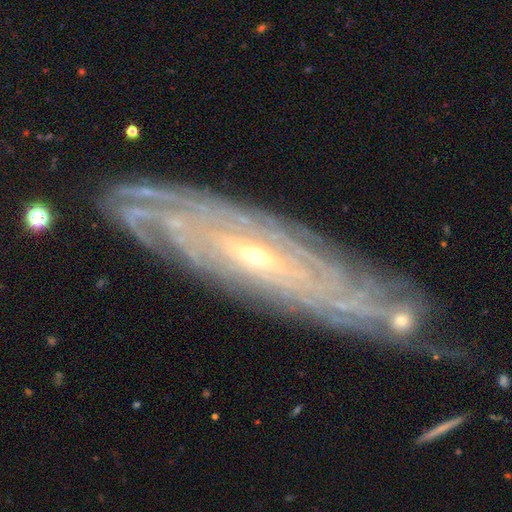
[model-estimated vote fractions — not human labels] Smooth or featured? Predicted: featured or disk (p=0.85). Edge-on disk? Predicted: no (p=0.75). Bar? Predicted: no (p=0.51). Spiral arms? Predicted: yes (p=0.90). Spiral winding? Predicted: tight (p=0.79). Spiral arm count? Predicted: can't tell (p=0.52). Bulge size? Predicted: small (p=0.71). Merging? Predicted: none (p=0.76).